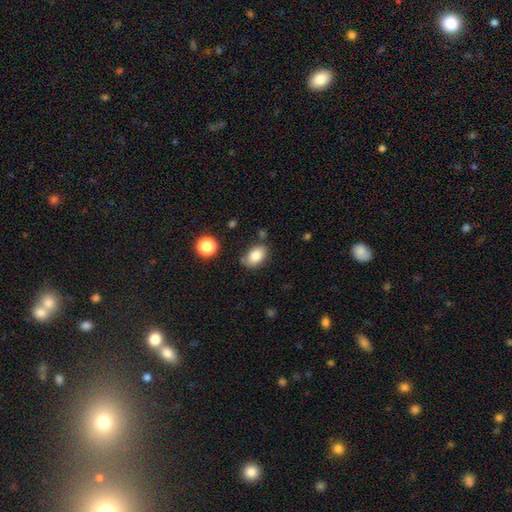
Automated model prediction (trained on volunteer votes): Smooth or featured? smooth (83%)
How rounded? in between (86%)
Merging? none (74%)